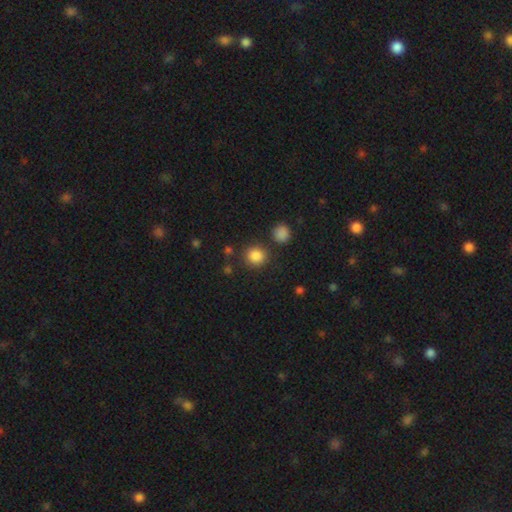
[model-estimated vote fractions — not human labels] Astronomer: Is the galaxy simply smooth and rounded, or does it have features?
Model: smooth — 85%.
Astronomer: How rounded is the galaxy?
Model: round — 87%.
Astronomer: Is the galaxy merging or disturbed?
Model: none — 83%.